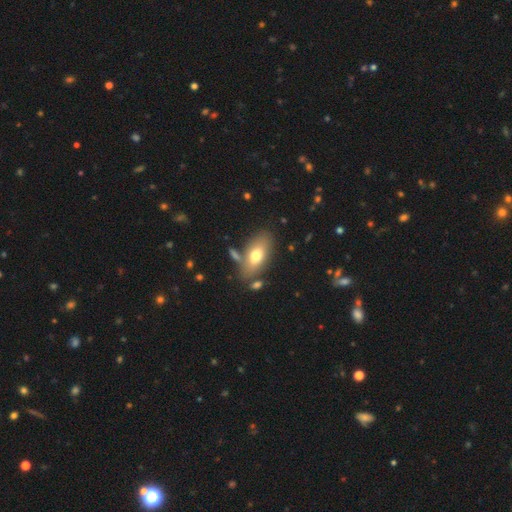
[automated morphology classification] type=smooth (71%); roundness=in between (87%); merging=none (72%).